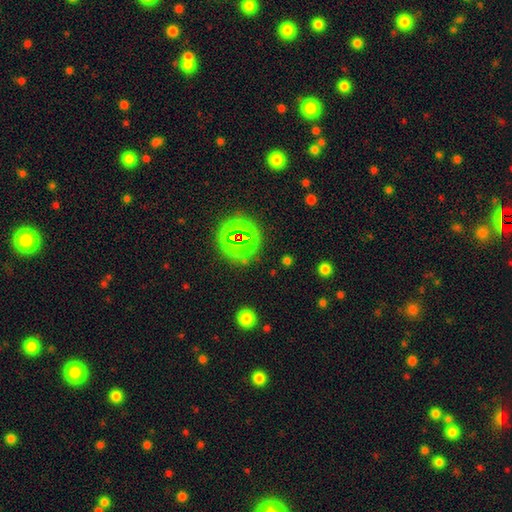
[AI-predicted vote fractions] A star or artifact, not a galaxy (61%).

Vote fractions:
- Smooth or featured? star or artifact: 61% / smooth: 26% / featured or disk: 14%